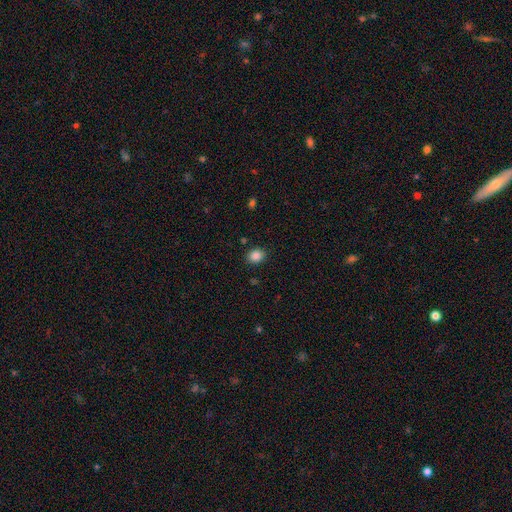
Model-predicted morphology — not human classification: smooth-or-featured: smooth: 86% | star or artifact: 10% | featured or disk: 4%
  how-rounded: round: 50% | in between: 49% | cigar-shaped: 1%
  merging: none: 87% | minor disturbance: 9% | major disturbance: 2% | merger: 2%